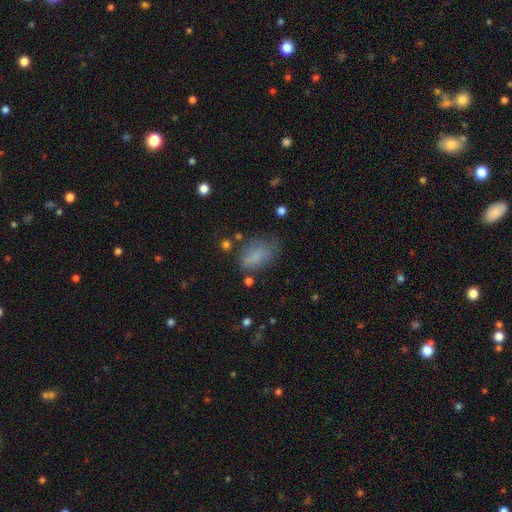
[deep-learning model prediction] This is likely a smooth galaxy (75%). How rounded: clearly in between (87%). Merging: possibly none (51%).